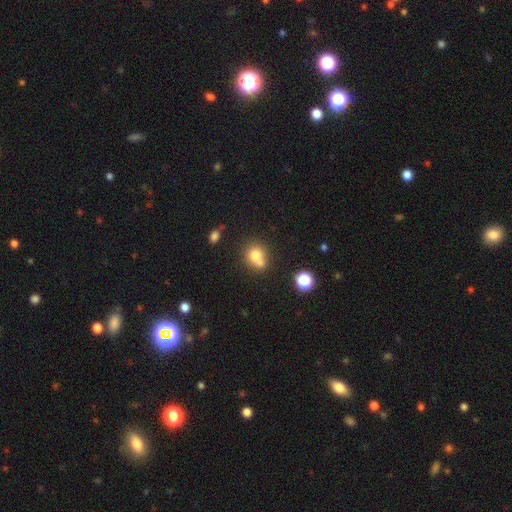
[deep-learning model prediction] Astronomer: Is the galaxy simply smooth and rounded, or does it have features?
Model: smooth — 73%.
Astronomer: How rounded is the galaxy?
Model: round — 75%.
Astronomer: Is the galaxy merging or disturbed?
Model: none — 43% (runner-up: merger, 38%).